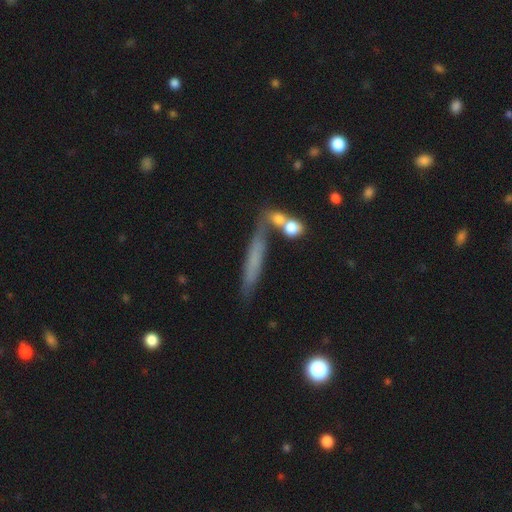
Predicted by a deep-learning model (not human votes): The model was most divided on "smooth or featured": smooth: 55%, featured or disk: 36%, star or artifact: 9%. More confident: how rounded — cigar-shaped (90%); merging — none (71%).